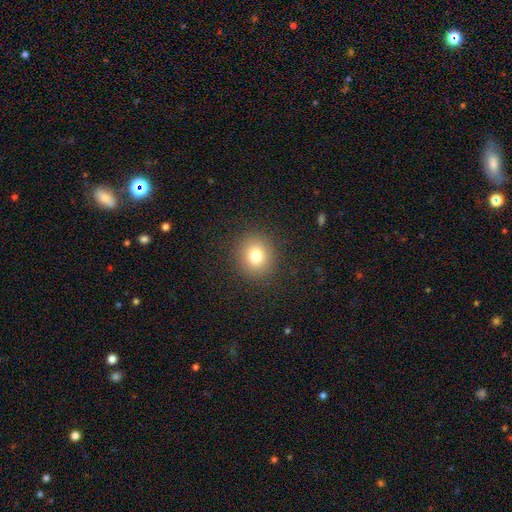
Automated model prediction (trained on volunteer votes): smooth-or-featured: smooth: 78% | star or artifact: 13% | featured or disk: 9%
  how-rounded: round: 86% | in between: 13% | cigar-shaped: 1%
  merging: none: 90% | minor disturbance: 6% | major disturbance: 3% | merger: 1%